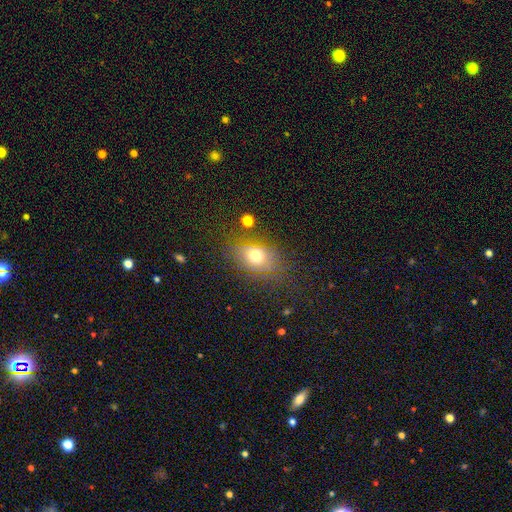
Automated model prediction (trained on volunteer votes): The model was most divided on "how rounded": in between: 65%, round: 33%, cigar-shaped: 2%. More confident: merging — none (73%); smooth or featured — smooth (68%).